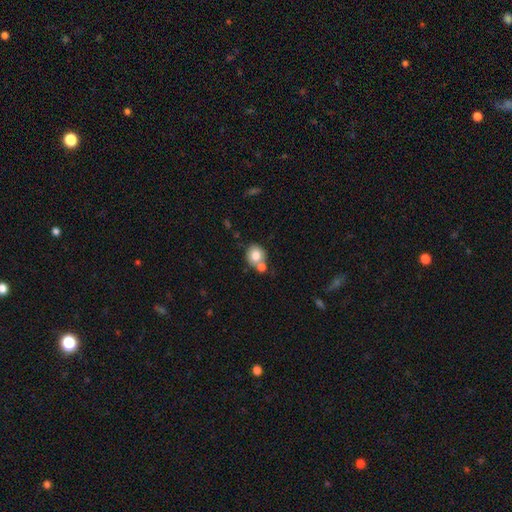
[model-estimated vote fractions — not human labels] A smooth galaxy with no disk features (77%) that is round (76%). Merging: none (54%).